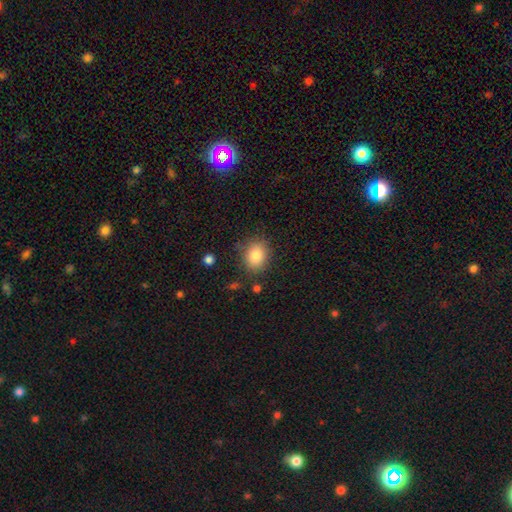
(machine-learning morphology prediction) A smooth galaxy with no disk features (84%) that is in between round and cigar-shaped (50%). Merging: none (81%).